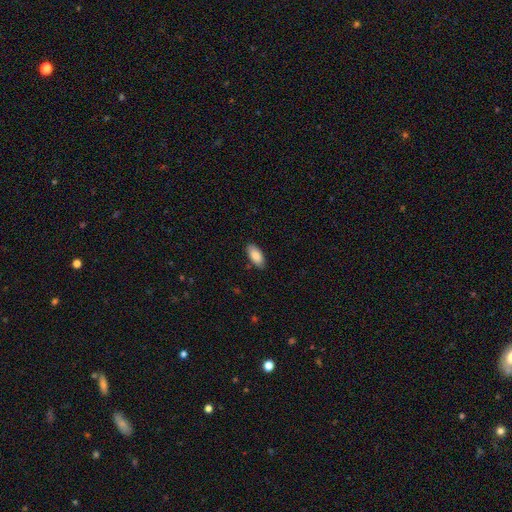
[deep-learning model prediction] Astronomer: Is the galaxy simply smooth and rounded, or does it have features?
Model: smooth — 88%.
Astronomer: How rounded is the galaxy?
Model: in between — 91%.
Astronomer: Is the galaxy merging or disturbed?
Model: none — 86%.